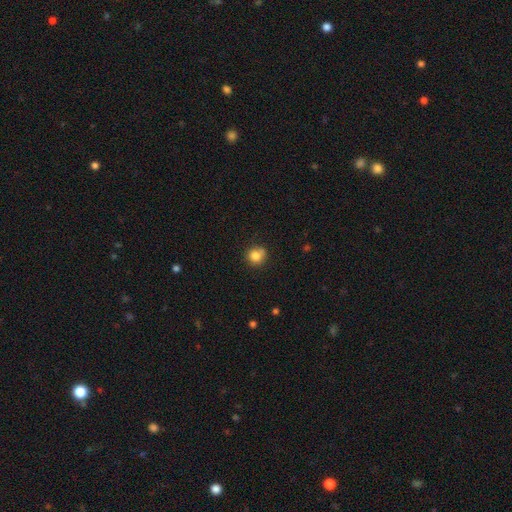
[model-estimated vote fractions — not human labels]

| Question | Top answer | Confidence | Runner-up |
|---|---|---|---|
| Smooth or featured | smooth | 82% | star or artifact (11%) |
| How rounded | round | 88% | in between (11%) |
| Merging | none | 70% | minor disturbance (18%) |